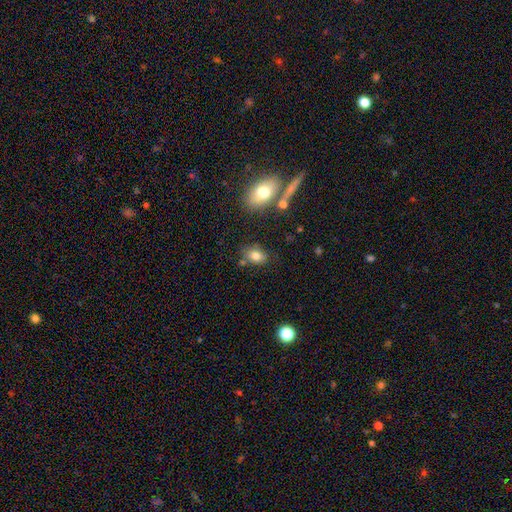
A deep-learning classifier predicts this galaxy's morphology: The model was most divided on "merging": none: 74%, minor disturbance: 14%, merger: 8%, major disturbance: 4%. More confident: how rounded — in between (81%); smooth or featured — smooth (80%).